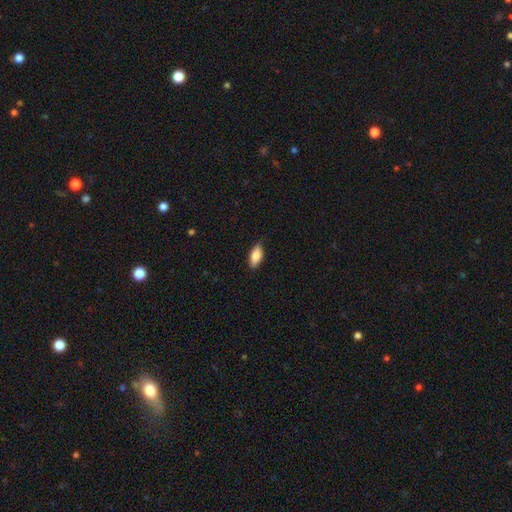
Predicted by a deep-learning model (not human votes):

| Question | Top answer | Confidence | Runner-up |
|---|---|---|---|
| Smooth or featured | smooth | 83% | featured or disk (11%) |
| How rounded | in between | 83% | cigar-shaped (14%) |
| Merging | none | 85% | minor disturbance (12%) |